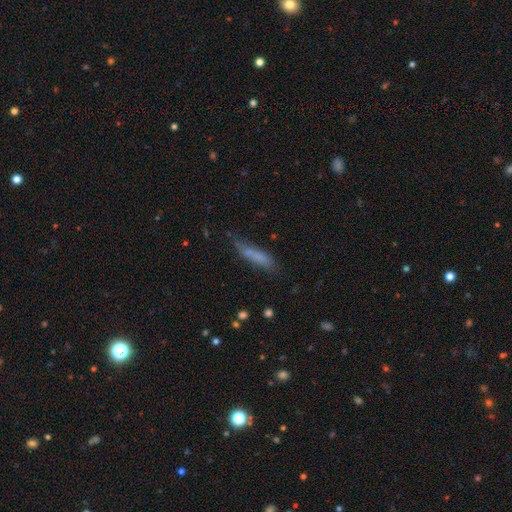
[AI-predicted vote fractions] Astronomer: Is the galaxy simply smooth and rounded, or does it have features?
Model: smooth — 73%.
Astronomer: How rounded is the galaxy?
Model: cigar-shaped — 80%.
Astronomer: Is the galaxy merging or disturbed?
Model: none — 65%.